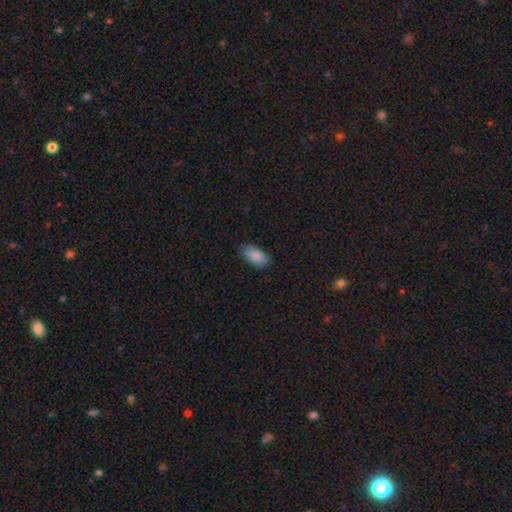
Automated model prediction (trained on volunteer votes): Smooth or featured? Predicted: smooth (p=0.88). How rounded? Predicted: in between (p=0.93). Merging? Predicted: none (p=0.76).